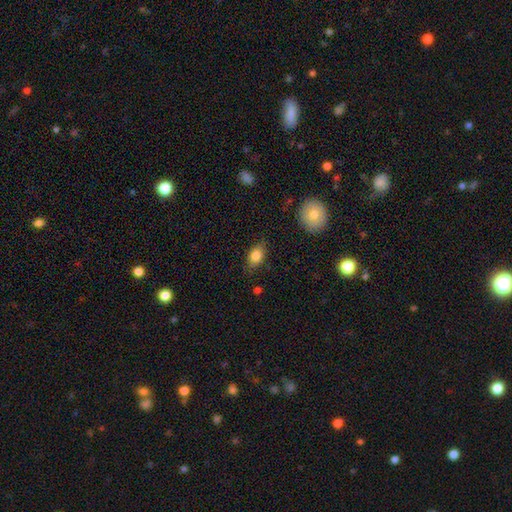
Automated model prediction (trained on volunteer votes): smooth_or_featured: smooth (p=0.82) [alt: featured or disk p=0.10]
how_rounded: in between (p=0.79) [alt: round p=0.17]
merging: none (p=0.79) [alt: minor disturbance p=0.16]